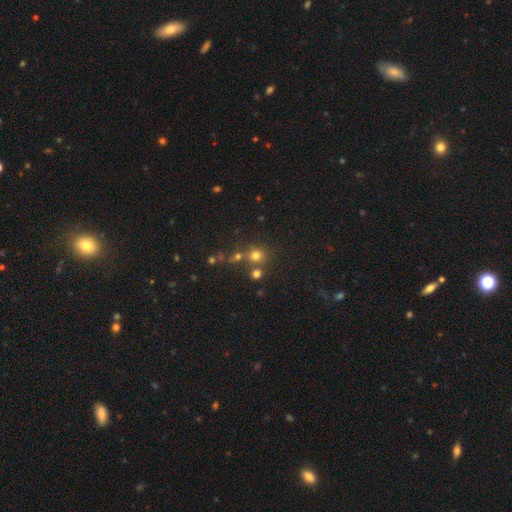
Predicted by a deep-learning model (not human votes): smooth_or_featured: smooth (p=0.69) [alt: star or artifact p=0.22]
how_rounded: round (p=0.88) [alt: in between p=0.11]
merging: none (p=0.66) [alt: merger p=0.21]